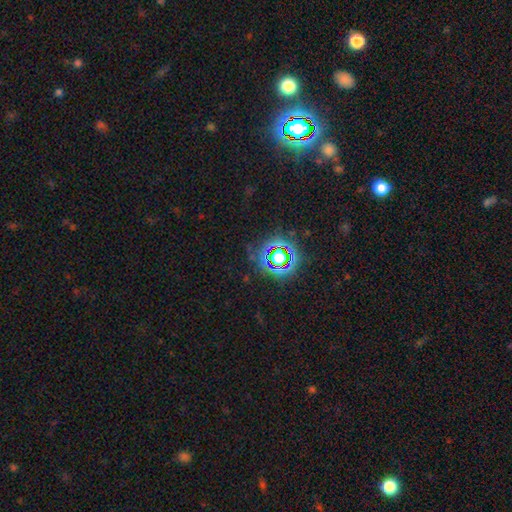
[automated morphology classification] Smooth or featured? star or artifact (78%)